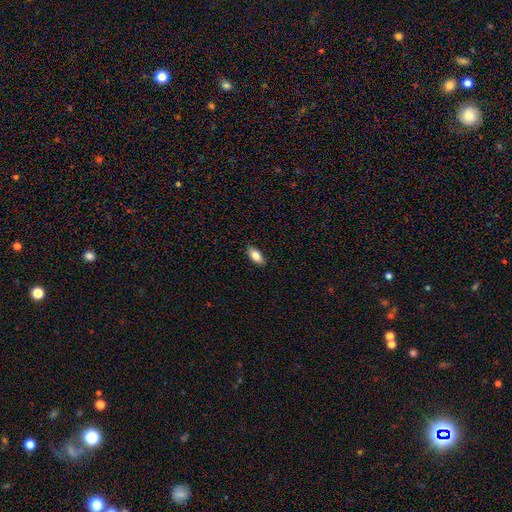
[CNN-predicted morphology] Smooth or featured? Predicted: smooth (p=0.84). How rounded? Predicted: in between (p=0.88). Merging? Predicted: none (p=0.89).